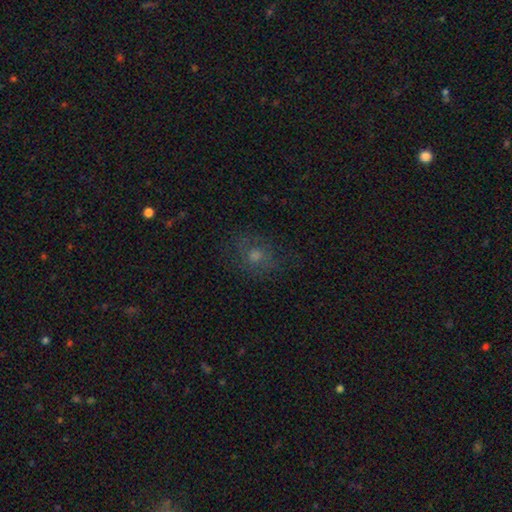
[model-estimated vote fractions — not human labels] A smooth galaxy with no disk features (43%). Merging: none (72%).